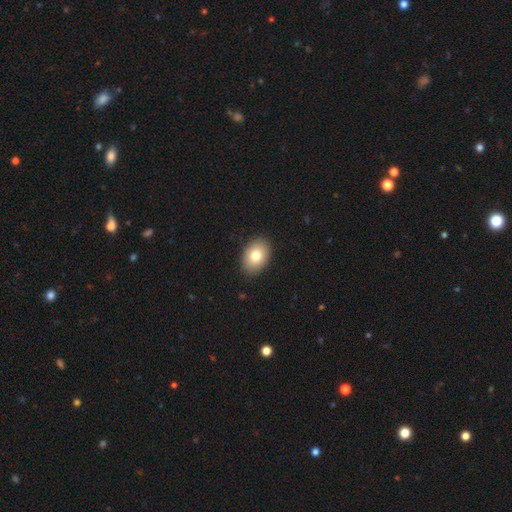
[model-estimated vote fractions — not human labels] A smooth galaxy with no disk features (79%) that is in between round and cigar-shaped (81%).

Vote fractions:
- Smooth or featured? smooth: 79% / featured or disk: 13% / star or artifact: 8%
- How rounded? in between: 81% / round: 18% / cigar-shaped: 1%
- Merging? none: 89% / minor disturbance: 8% / major disturbance: 2% / merger: 1%